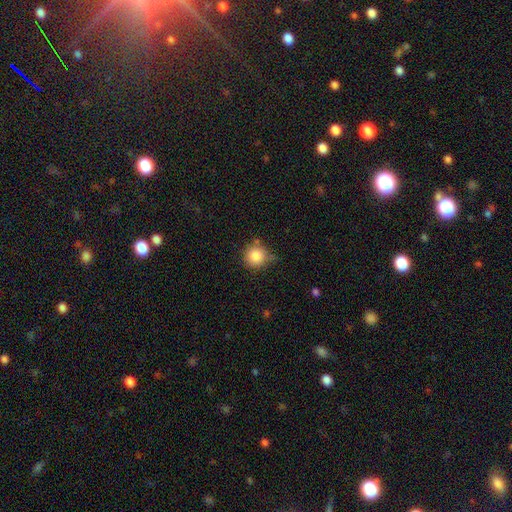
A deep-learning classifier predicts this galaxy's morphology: Smooth or featured?
  - smooth: 85% *
  - star or artifact: 9%
  - featured or disk: 5%
How rounded?
  - round: 93% *
  - in between: 6%
  - cigar-shaped: 1%
Merging?
  - none: 67% *
  - minor disturbance: 23%
  - merger: 6%
  - major disturbance: 5%